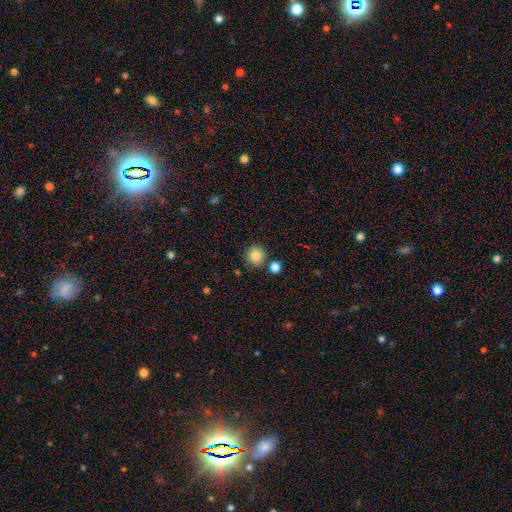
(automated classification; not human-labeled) This is clearly a smooth galaxy (85%). How rounded: clearly round (92%). Merging: clearly none (81%).